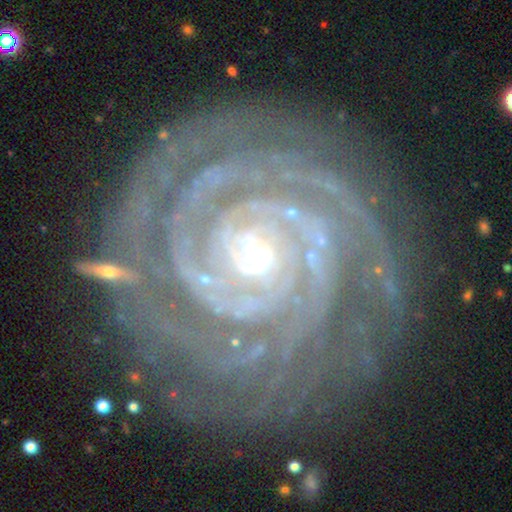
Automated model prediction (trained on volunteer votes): Smooth or featured?
  - featured or disk: 93% *
  - star or artifact: 5%
  - smooth: 3%
Edge-on disk?
  - no: 98% *
  - yes: 2%
Bar?
  - no: 42% *
  - weak: 37%
  - strong: 21%
Spiral arms?
  - yes: 99% *
  - no: 1%
Spiral winding?
  - tight: 84% *
  - medium: 14%
  - loose: 3%
Spiral arm count?
  - 2: 24% *
  - 3: 18%
  - 4: 18%
  - can't tell: 16%
  - more than 4: 14%
  - 1: 10%
Bulge size?
  - small: 63% *
  - moderate: 31%
  - large: 3%
  - none: 2%
  - dominant: 1%
Merging?
  - none: 74% *
  - minor disturbance: 15%
  - major disturbance: 8%
  - merger: 3%